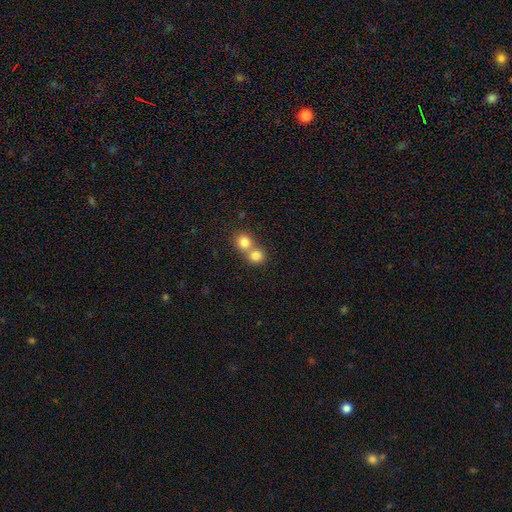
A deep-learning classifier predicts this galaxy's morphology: Smooth or featured? smooth (81%)
How rounded? round (84%)
Merging? merger (58%)